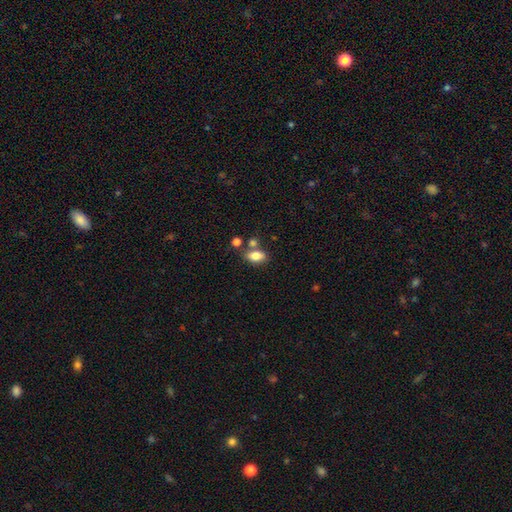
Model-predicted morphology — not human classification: Smooth or featured?
  - smooth: 81% *
  - featured or disk: 10%
  - star or artifact: 9%
How rounded?
  - in between: 86% *
  - round: 12%
  - cigar-shaped: 3%
Merging?
  - none: 63% *
  - merger: 20%
  - minor disturbance: 13%
  - major disturbance: 4%